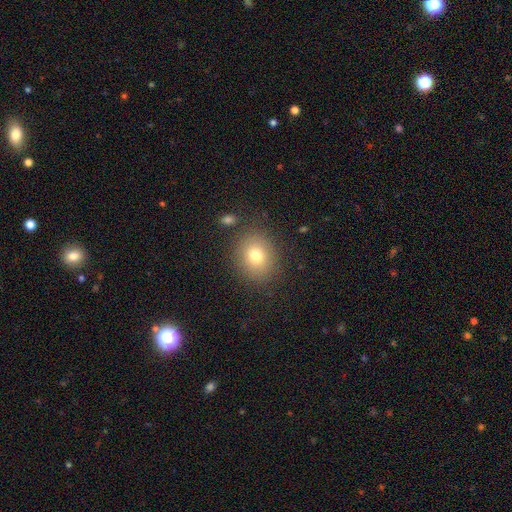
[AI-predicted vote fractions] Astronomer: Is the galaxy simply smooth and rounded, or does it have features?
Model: smooth — 76%.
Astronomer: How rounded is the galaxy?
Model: round — 64%.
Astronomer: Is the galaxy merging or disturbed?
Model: none — 85%.